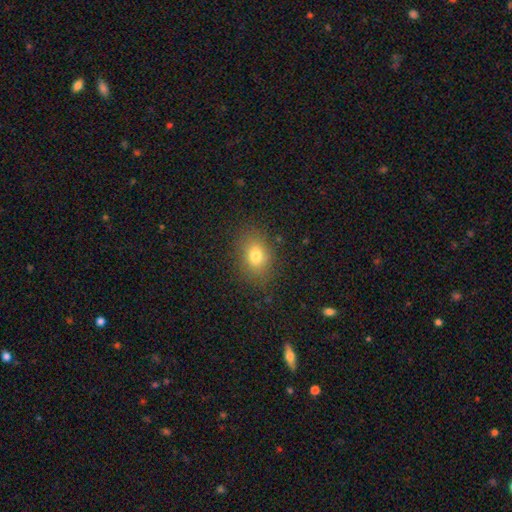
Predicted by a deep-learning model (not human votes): This appears to be a smooth galaxy with no disk features (76%) that is in between round and cigar-shaped (65%). Merging: none (82%).